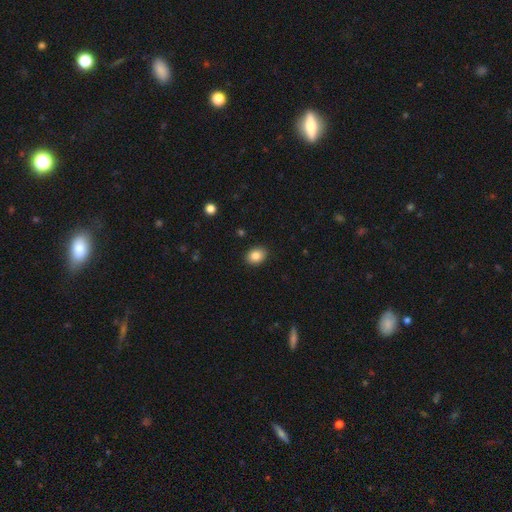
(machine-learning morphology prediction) Smooth or featured?
  - smooth: 86% *
  - star or artifact: 9%
  - featured or disk: 5%
How rounded?
  - in between: 62% *
  - round: 37%
  - cigar-shaped: 1%
Merging?
  - none: 90% *
  - minor disturbance: 7%
  - major disturbance: 2%
  - merger: 1%